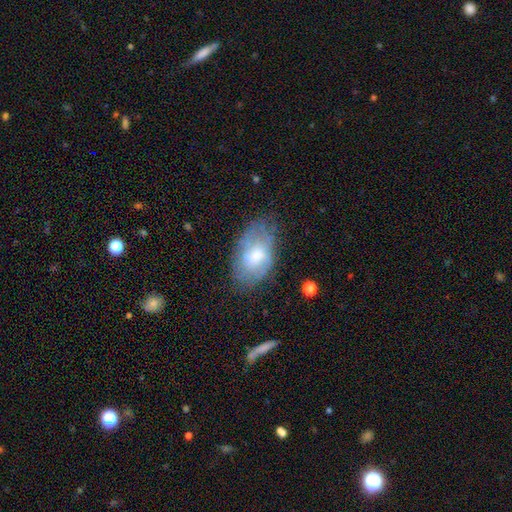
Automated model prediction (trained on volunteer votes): Smooth or featured?
  - smooth: 49% *
  - featured or disk: 43%
  - star or artifact: 8%
Merging?
  - none: 63% *
  - minor disturbance: 26%
  - major disturbance: 9%
  - merger: 2%